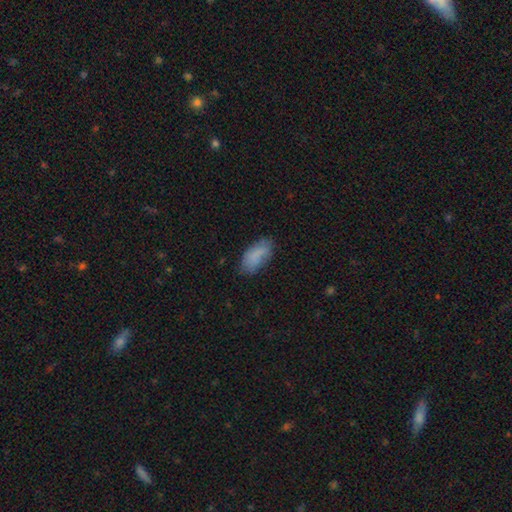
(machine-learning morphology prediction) A smooth galaxy with no disk features (82%) that is in between round and cigar-shaped (92%). Merging: none (69%).